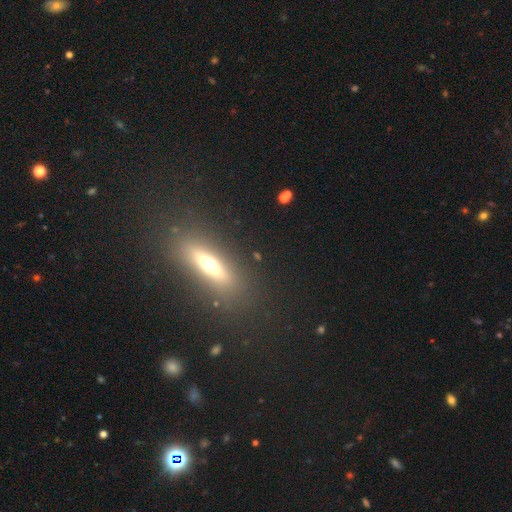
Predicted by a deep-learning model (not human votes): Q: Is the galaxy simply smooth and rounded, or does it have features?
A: featured or disk — 44%.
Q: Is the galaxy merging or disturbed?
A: none — 84%.